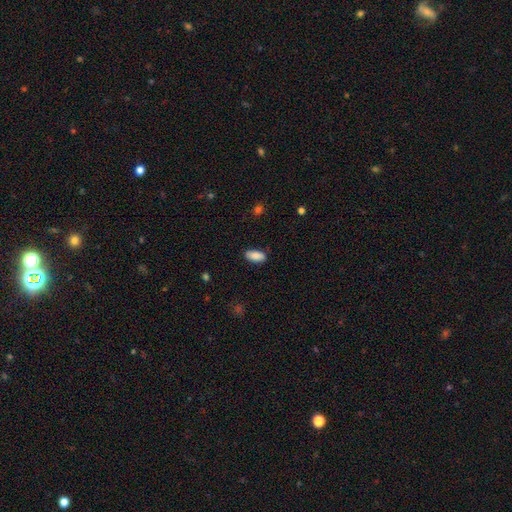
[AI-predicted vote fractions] A smooth galaxy with no disk features (89%) that is in between round and cigar-shaped (87%). Merging: none (84%).